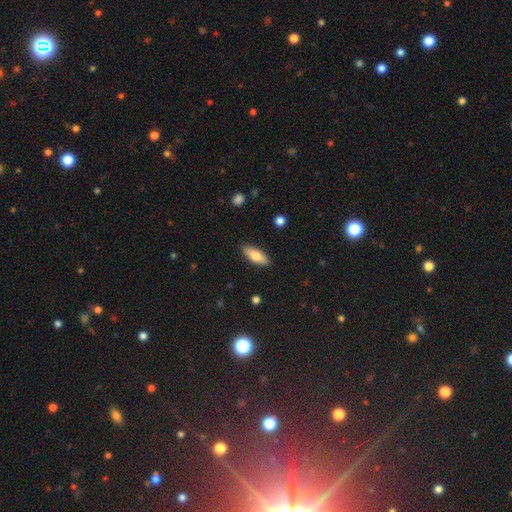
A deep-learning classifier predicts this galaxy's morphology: smooth 74%, featured or disk 20%, star or artifact 6%. Down the decision tree: how rounded — in between (65%); merging — none (88%).